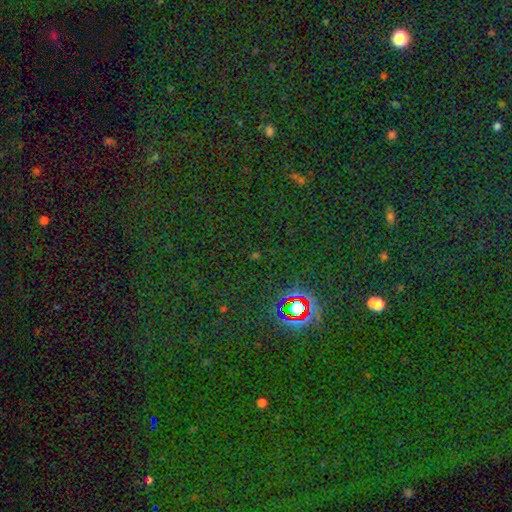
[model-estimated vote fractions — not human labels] smooth-or-featured: star or artifact: 80% | smooth: 12% | featured or disk: 8%